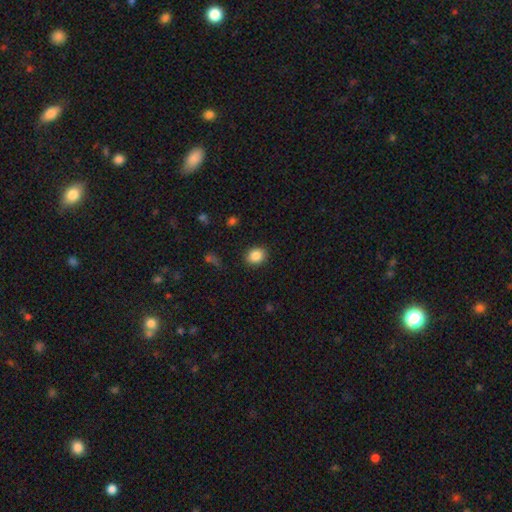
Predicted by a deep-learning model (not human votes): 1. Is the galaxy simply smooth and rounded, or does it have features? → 86% smooth, 9% star or artifact, 5% featured or disk.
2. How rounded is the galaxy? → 53% round, 46% in between, 1% cigar-shaped.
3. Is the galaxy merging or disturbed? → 88% none, 9% minor disturbance, 3% major disturbance, 1% merger.